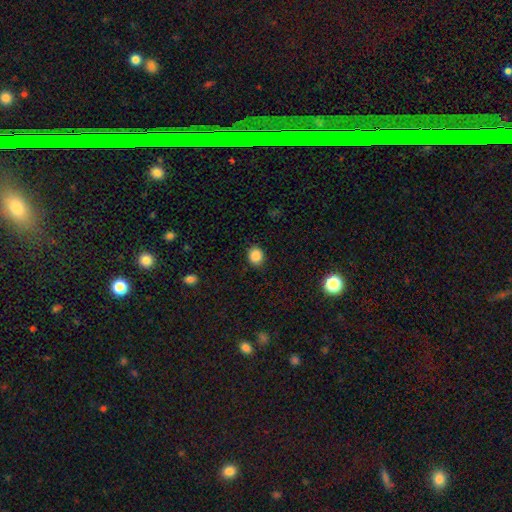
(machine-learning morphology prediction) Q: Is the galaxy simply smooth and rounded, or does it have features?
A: smooth — 86%.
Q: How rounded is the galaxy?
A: round — 73%.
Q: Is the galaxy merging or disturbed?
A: none — 88%.